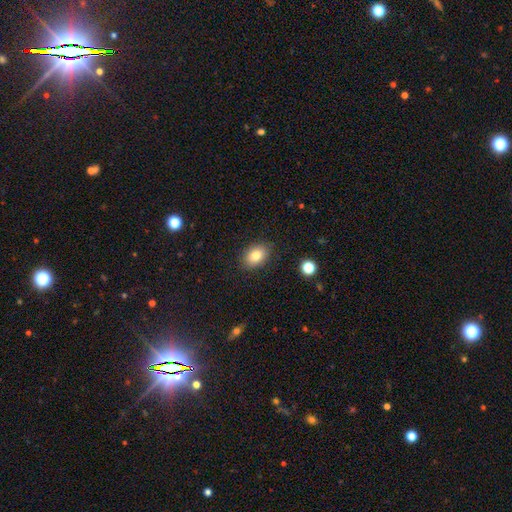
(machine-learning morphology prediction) This is clearly a smooth galaxy (82%). How rounded: likely in between (78%). Merging: clearly none (85%).